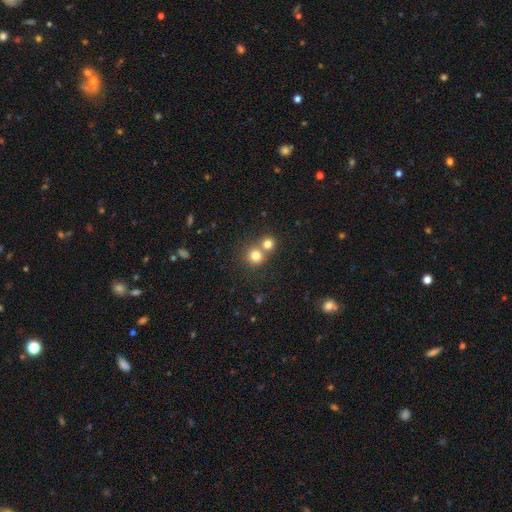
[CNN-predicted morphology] type=smooth (78%); roundness=round (88%); merging=none (49%).